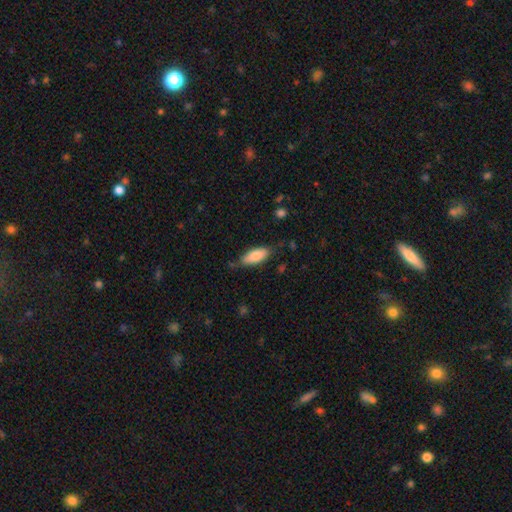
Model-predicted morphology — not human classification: Smooth or featured: smooth — 83% (featured or disk — 11%)
How rounded: in between — 76% (cigar-shaped — 22%)
Merging: none — 69% (minor disturbance — 24%)